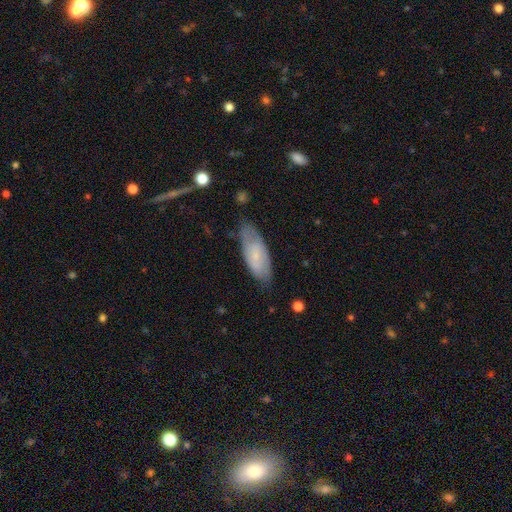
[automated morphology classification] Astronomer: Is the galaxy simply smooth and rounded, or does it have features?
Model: smooth — 57% (runner-up: featured or disk, 36%).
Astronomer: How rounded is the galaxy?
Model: in between — 74%.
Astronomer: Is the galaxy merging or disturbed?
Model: none — 65%.